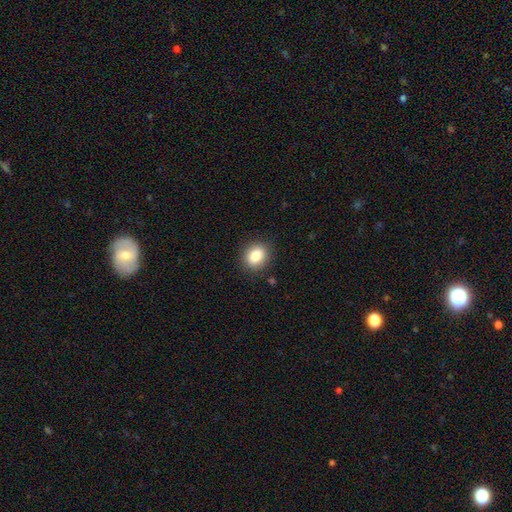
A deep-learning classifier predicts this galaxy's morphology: Smooth or featured: smooth — 85% (star or artifact — 9%)
How rounded: round — 58% (in between — 41%)
Merging: none — 87% (minor disturbance — 9%)